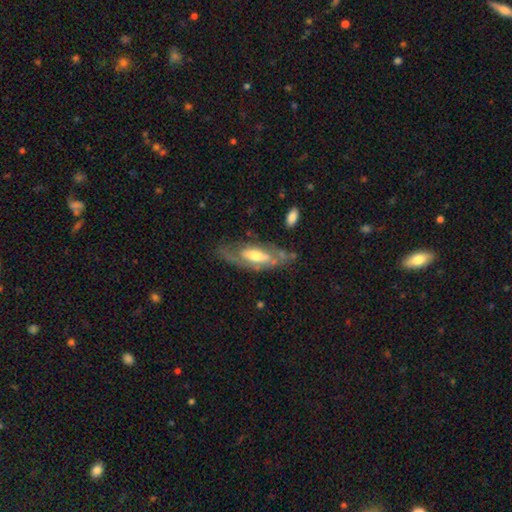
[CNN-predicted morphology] Smooth or featured? Predicted: featured or disk (p=0.65). Edge-on disk? Predicted: no (p=0.77). Merging? Predicted: none (p=0.58).